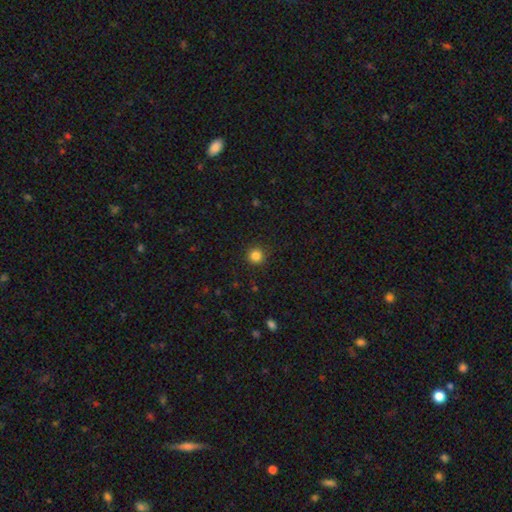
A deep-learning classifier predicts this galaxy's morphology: Q: Smooth or featured?
A: smooth (84%); runner-up: star or artifact (12%)
Q: How rounded?
A: round (95%); runner-up: in between (4%)
Q: Merging?
A: none (91%); runner-up: minor disturbance (6%)